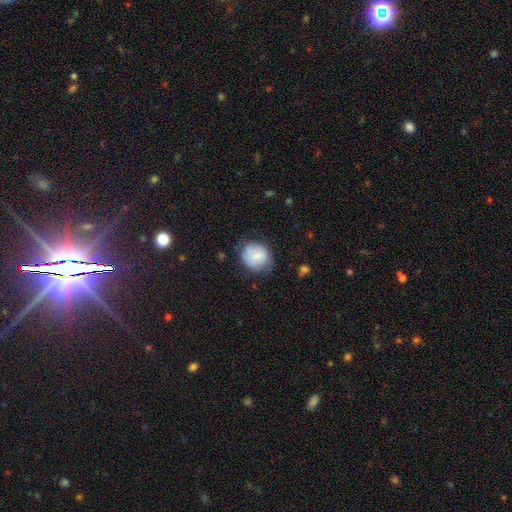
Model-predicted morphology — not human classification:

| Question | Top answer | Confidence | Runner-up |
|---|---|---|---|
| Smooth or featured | smooth | 71% | featured or disk (22%) |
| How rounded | round | 77% | in between (22%) |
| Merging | none | 66% | minor disturbance (25%) |